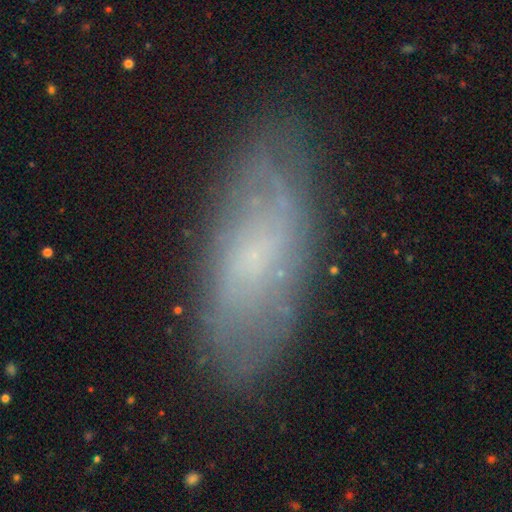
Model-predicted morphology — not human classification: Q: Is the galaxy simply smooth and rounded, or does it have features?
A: featured or disk — 47%.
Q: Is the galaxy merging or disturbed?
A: none — 78%.